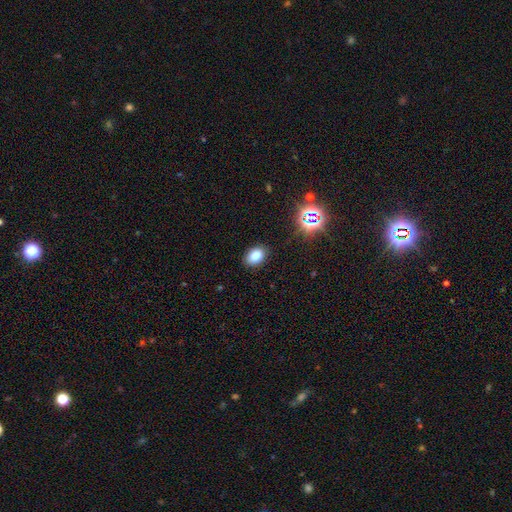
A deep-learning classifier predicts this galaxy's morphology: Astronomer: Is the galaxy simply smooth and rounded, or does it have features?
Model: smooth — 80%.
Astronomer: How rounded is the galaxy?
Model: in between — 83%.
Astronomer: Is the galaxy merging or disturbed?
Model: none — 86%.